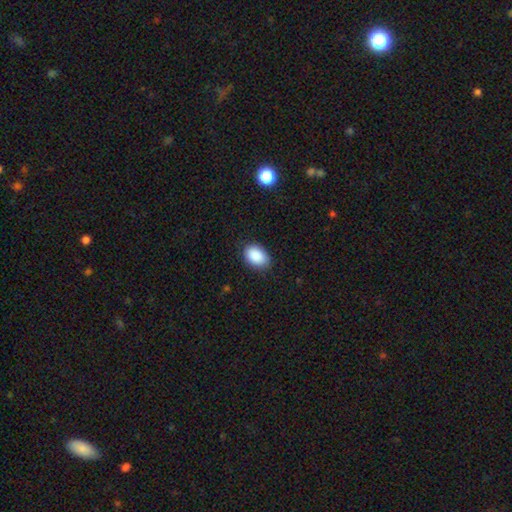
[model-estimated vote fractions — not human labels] Smooth or featured? Predicted: smooth (p=0.89). How rounded? Predicted: in between (p=0.86). Merging? Predicted: none (p=0.84).